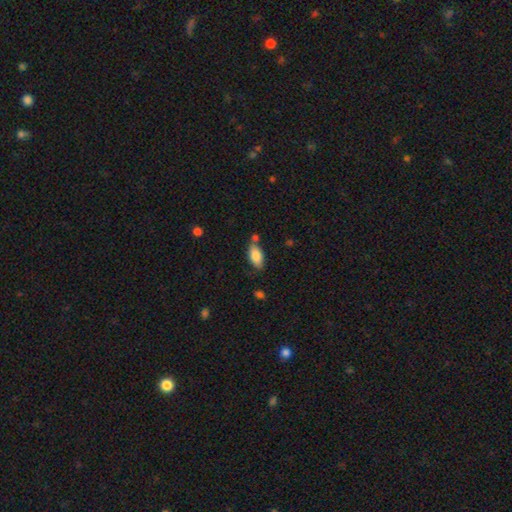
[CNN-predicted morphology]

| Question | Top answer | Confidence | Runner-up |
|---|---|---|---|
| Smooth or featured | smooth | 82% | featured or disk (11%) |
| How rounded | in between | 90% | cigar-shaped (7%) |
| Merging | none | 66% | minor disturbance (18%) |